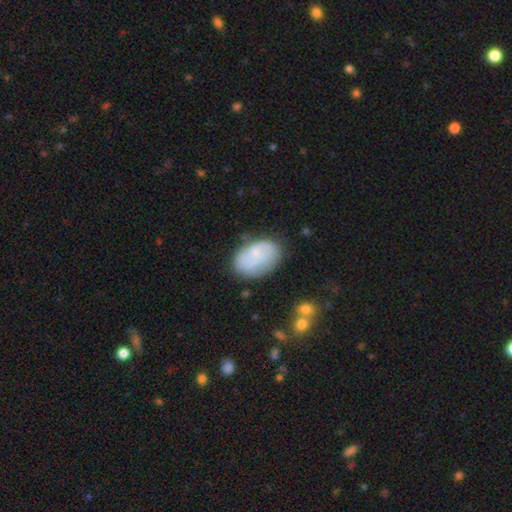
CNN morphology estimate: smooth-or-featured: smooth: 60% | featured or disk: 32% | star or artifact: 7%
  how-rounded: in between: 90% | round: 8% | cigar-shaped: 1%
  merging: none: 63% | minor disturbance: 25% | major disturbance: 7% | merger: 5%